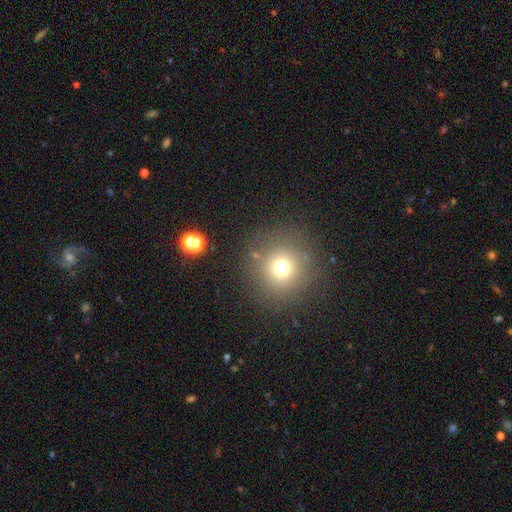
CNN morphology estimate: Overall: smooth (69%). How rounded: round (93%). Merging: none (85%).